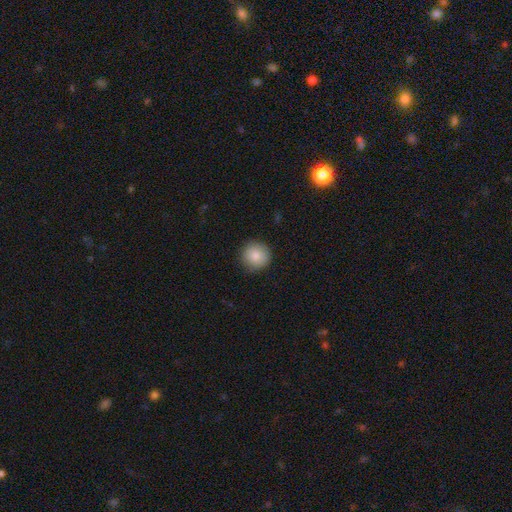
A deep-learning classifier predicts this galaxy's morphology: A smooth galaxy with no disk features (82%) that is round (94%).

Vote fractions:
- Smooth or featured? smooth: 82% / featured or disk: 9% / star or artifact: 9%
- How rounded? round: 94% / in between: 5% / cigar-shaped: 1%
- Merging? none: 87% / minor disturbance: 10% / major disturbance: 2% / merger: 1%